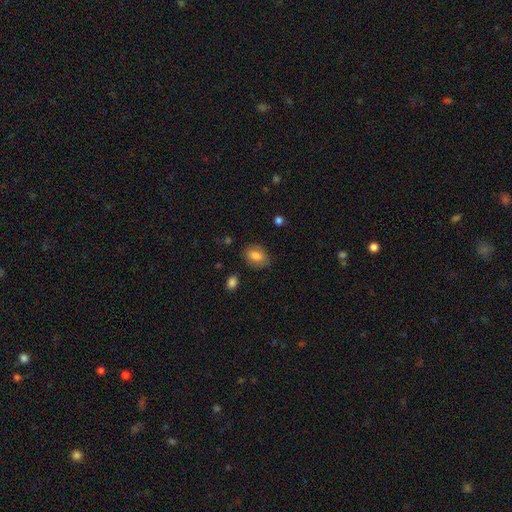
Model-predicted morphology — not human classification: Smooth or featured?
  - smooth: 81% *
  - featured or disk: 11%
  - star or artifact: 8%
How rounded?
  - in between: 80% *
  - round: 19%
  - cigar-shaped: 2%
Merging?
  - none: 79% *
  - minor disturbance: 15%
  - major disturbance: 4%
  - merger: 2%